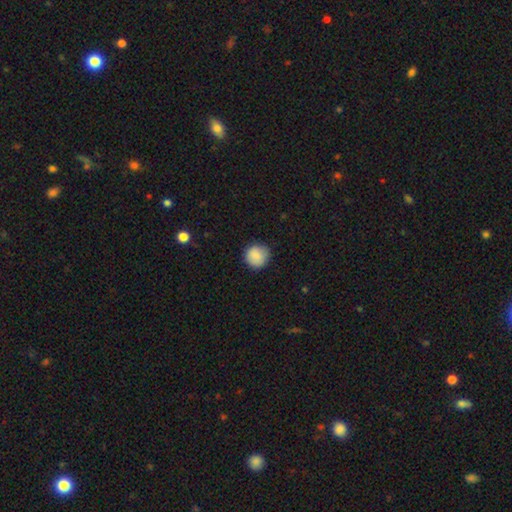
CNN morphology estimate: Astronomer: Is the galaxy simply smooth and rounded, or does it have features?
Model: smooth — 88%.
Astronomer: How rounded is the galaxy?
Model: round — 93%.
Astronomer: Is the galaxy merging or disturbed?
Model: none — 87%.